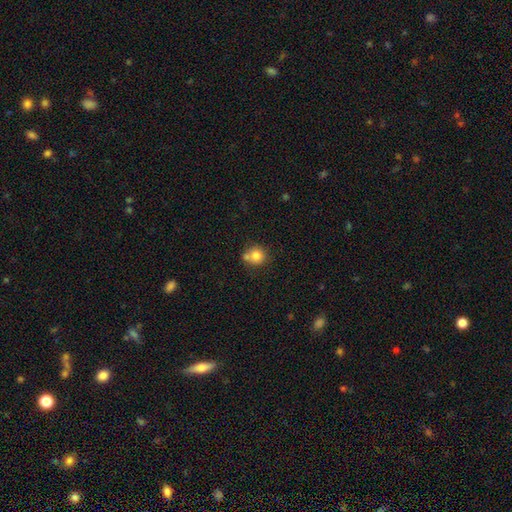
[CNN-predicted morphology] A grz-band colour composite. It shows a smooth galaxy with no disk features (80%) that is round (87%). Merging: none (57%).